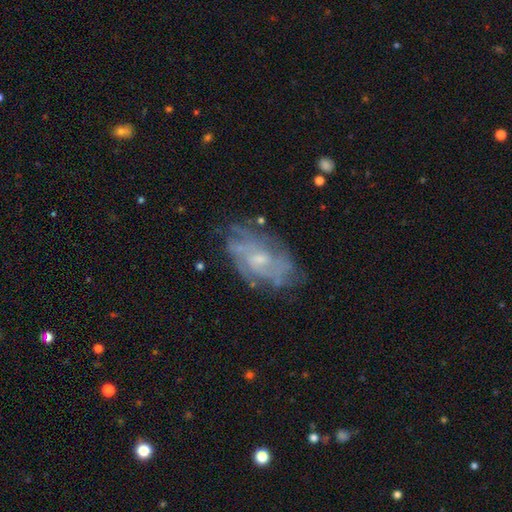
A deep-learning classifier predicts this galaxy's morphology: This appears to be a featured or disk galaxy (64%) with no bar (66%), spiral arms (81%) and a small central bulge (54%). Merging: none (77%).